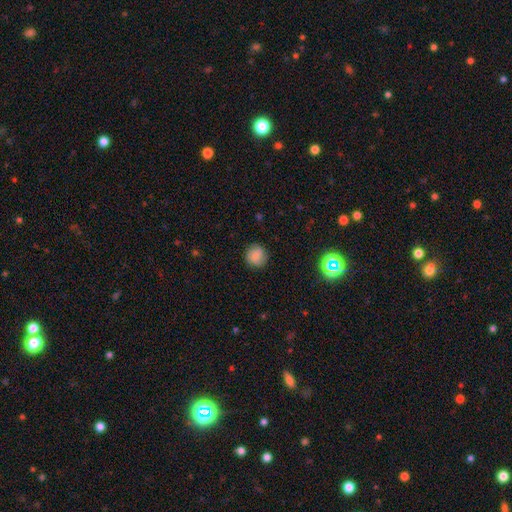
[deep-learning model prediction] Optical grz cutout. It shows a smooth galaxy with no disk features (79%) that is round (90%). Merging: none (83%).